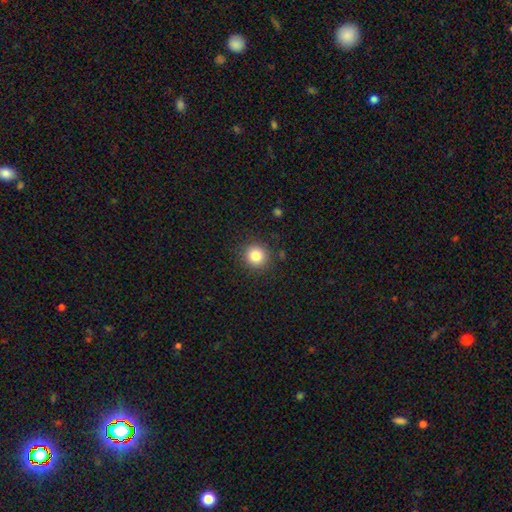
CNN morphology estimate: A smooth galaxy with no disk features (83%) that is round (93%). Merging: none (89%).